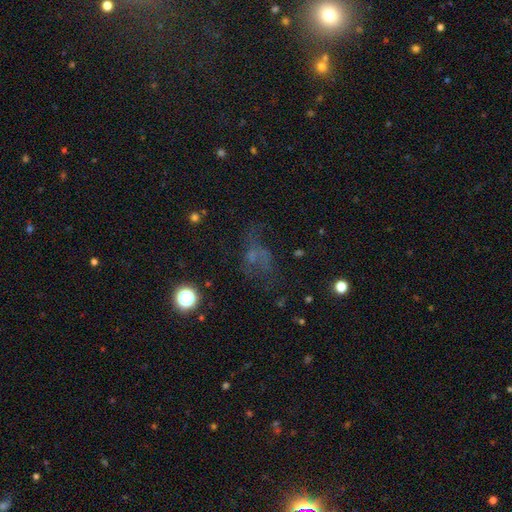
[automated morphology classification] smooth 35% (tied), featured or disk 35% (tied), star or artifact 31%. Down the decision tree: merging — none (41%).